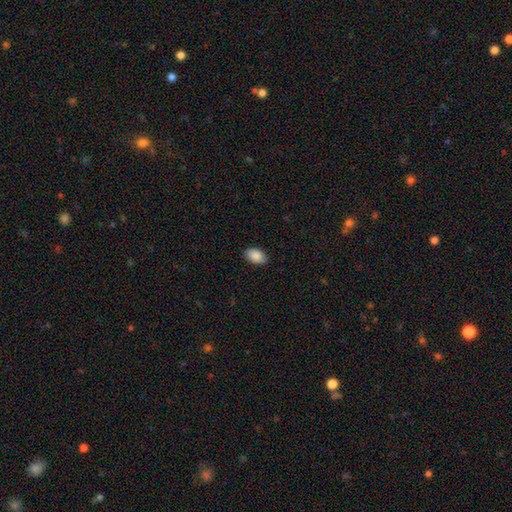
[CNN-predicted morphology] smooth-or-featured: smooth: 88% | star or artifact: 7% | featured or disk: 6%
  how-rounded: in between: 92% | round: 7% | cigar-shaped: 1%
  merging: none: 87% | minor disturbance: 10% | major disturbance: 2% | merger: 1%